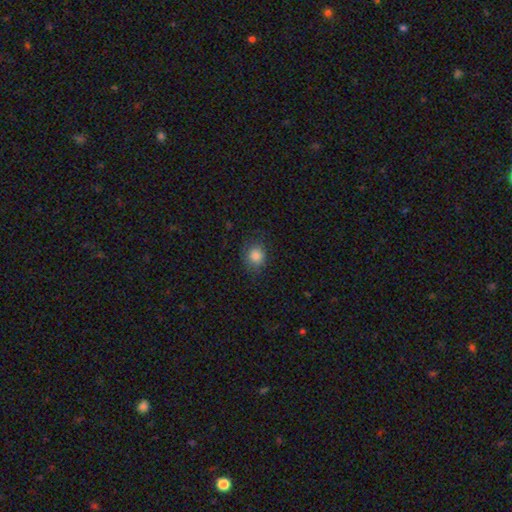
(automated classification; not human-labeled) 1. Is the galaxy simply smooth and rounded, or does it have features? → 84% smooth, 10% star or artifact, 6% featured or disk.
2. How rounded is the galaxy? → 72% round, 27% in between, 1% cigar-shaped.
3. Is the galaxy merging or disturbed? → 77% none, 16% minor disturbance, 5% major disturbance, 1% merger.